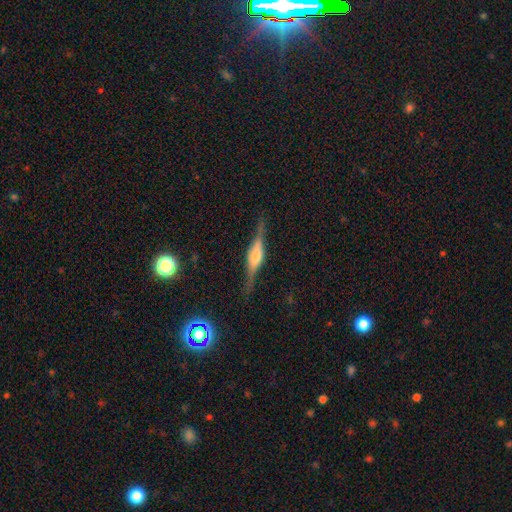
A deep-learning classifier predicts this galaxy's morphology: type=featured or disk (80%); edge-on=yes (97%); edge-on bulge=rounded (63%); merging=none (87%).